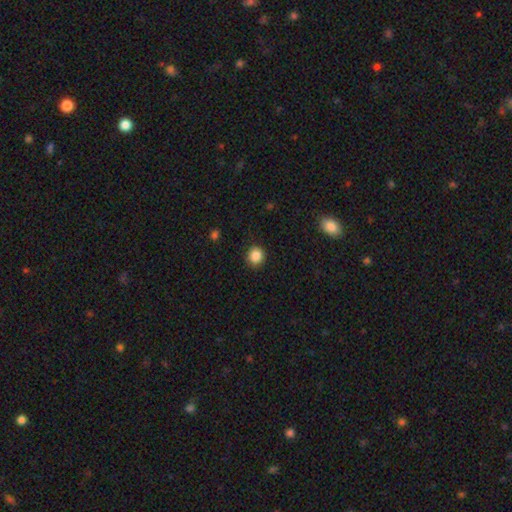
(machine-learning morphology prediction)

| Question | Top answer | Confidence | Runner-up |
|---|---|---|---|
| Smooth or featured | smooth | 87% | star or artifact (10%) |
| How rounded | round | 88% | in between (11%) |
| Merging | none | 90% | minor disturbance (7%) |